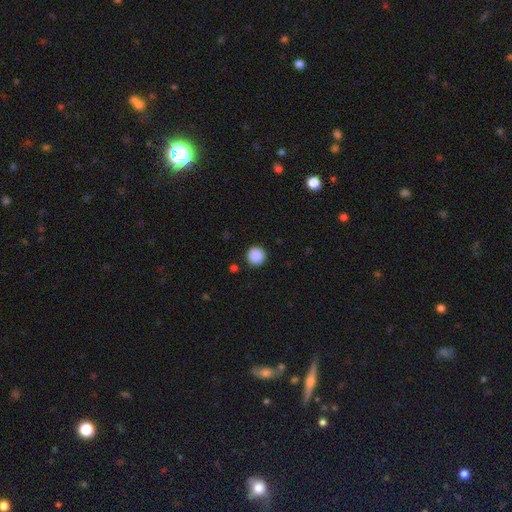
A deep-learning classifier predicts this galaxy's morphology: A smooth galaxy with no disk features (89%) that is round (96%).

Vote fractions:
- Smooth or featured? smooth: 89% / star or artifact: 9% / featured or disk: 2%
- How rounded? round: 96% / in between: 3% / cigar-shaped: 1%
- Merging? none: 91% / minor disturbance: 6% / major disturbance: 2% / merger: 2%